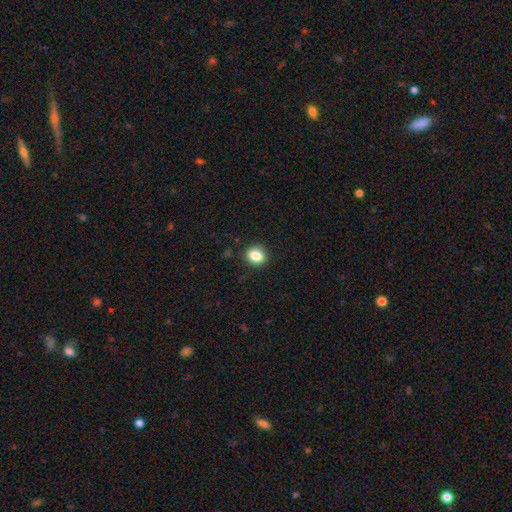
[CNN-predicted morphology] A smooth galaxy with no disk features (84%) that is round (58%). Merging: none (89%).